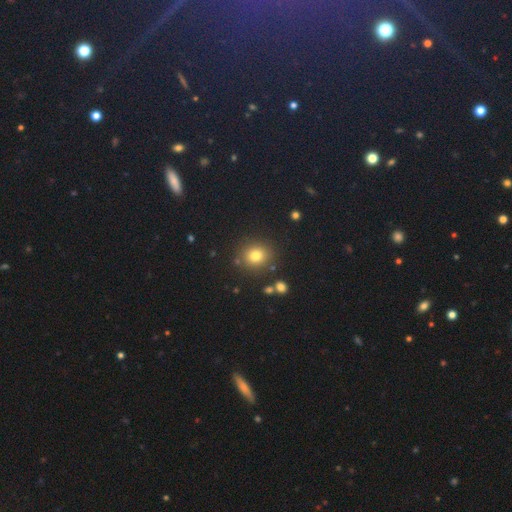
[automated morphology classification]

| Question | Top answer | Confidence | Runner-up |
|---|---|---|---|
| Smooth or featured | smooth | 77% | star or artifact (15%) |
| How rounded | round | 85% | in between (14%) |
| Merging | none | 85% | minor disturbance (8%) |